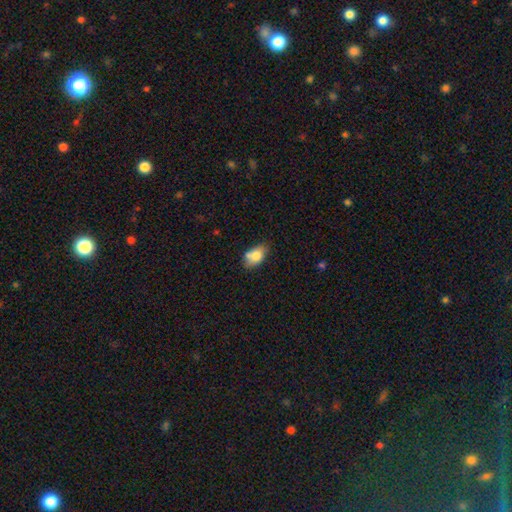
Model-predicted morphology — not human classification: This is likely a smooth galaxy (78%). How rounded: clearly in between (88%). Merging: likely none (63%).